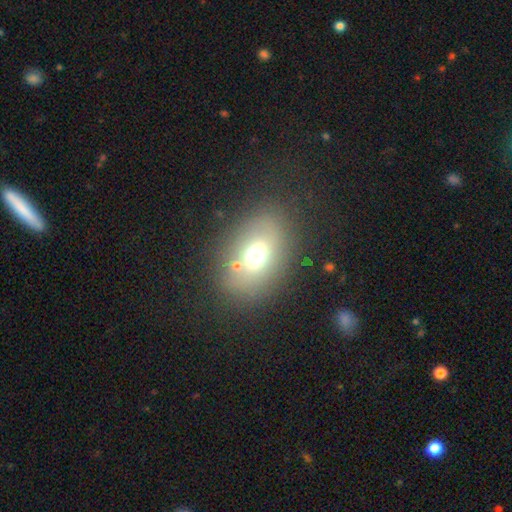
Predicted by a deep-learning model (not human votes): A smooth galaxy with no disk features (64%) that is in between round and cigar-shaped (67%).

Vote fractions:
- Smooth or featured? smooth: 64% / featured or disk: 18% / star or artifact: 17%
- How rounded? in between: 67% / round: 32% / cigar-shaped: 1%
- Merging? none: 76% / minor disturbance: 12% / major disturbance: 7% / merger: 5%